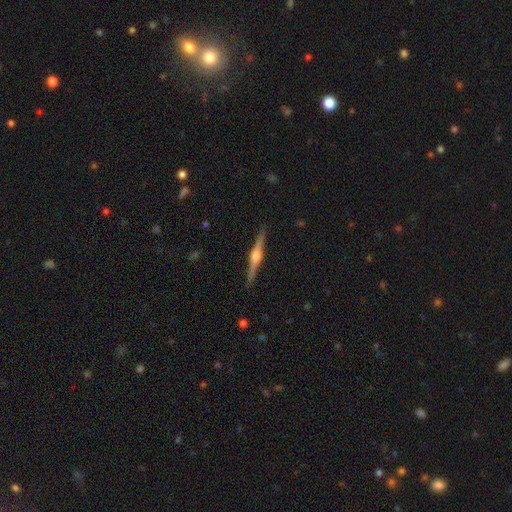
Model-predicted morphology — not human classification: smooth_or_featured: featured or disk (p=0.84) [alt: smooth p=0.10]
disk_edge_on: yes (p=0.99) [alt: no p=0.01]
edge_on_bulge: rounded (p=0.91) [alt: boxy p=0.07]
merging: none (p=0.91) [alt: minor disturbance p=0.06]